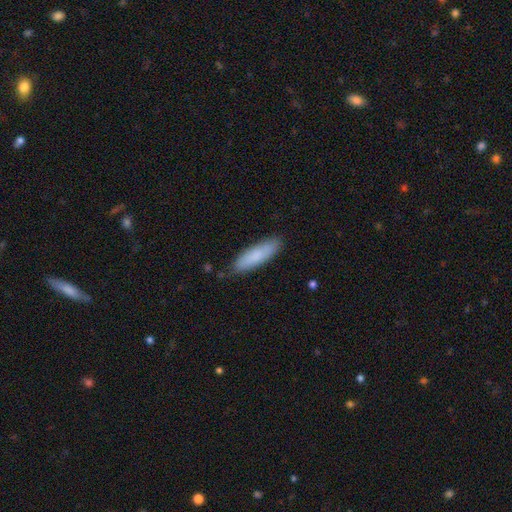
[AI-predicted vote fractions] Smooth or featured? Predicted: smooth (p=0.83). How rounded? Predicted: cigar-shaped (p=0.62). Merging? Predicted: none (p=0.83).